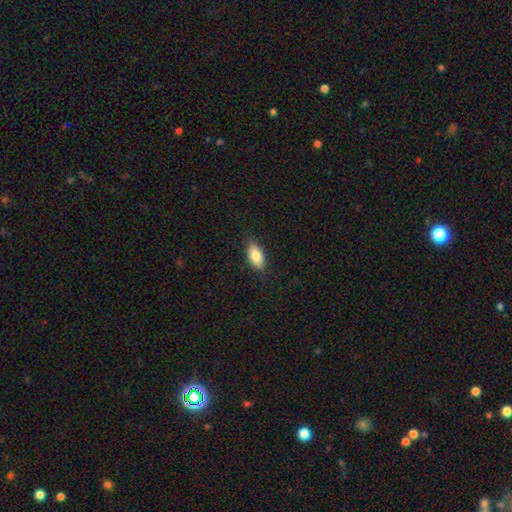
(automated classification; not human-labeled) Smooth or featured: smooth — 84% (featured or disk — 10%)
How rounded: in between — 91% (cigar-shaped — 6%)
Merging: none — 87% (minor disturbance — 10%)